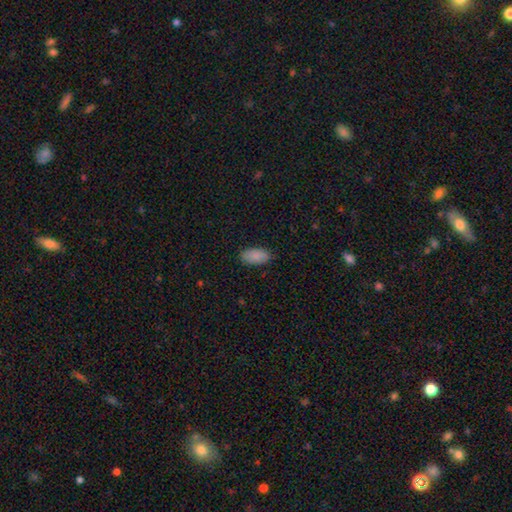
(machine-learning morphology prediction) Overall: smooth (89%). How rounded: in between (94%). Merging: none (87%).